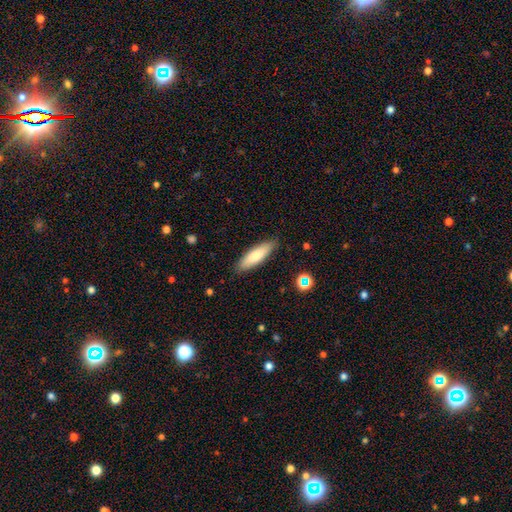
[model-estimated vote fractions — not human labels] Smooth or featured? Predicted: smooth (p=0.77). How rounded? Predicted: cigar-shaped (p=0.57). Merging? Predicted: none (p=0.87).